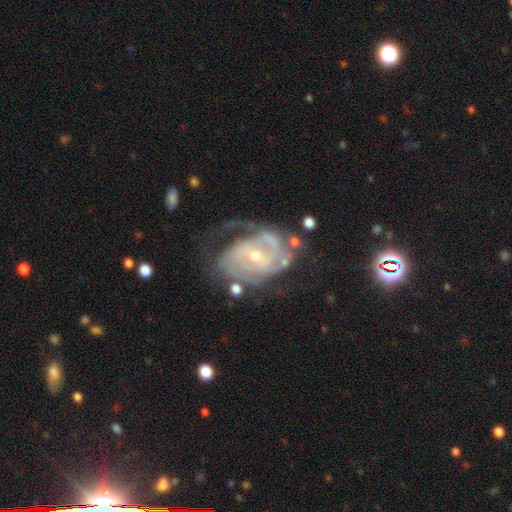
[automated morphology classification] smooth_or_featured: featured or disk (p=0.87) [alt: smooth p=0.07]
disk_edge_on: no (p=0.97) [alt: yes p=0.03]
bar: weak (p=0.43) [alt: no p=0.42]
has_spiral_arms: yes (p=0.93) [alt: no p=0.07]
spiral_winding: tight (p=0.51) [alt: medium p=0.36]
spiral_arm_count: 2 (p=0.38) [alt: can't tell p=0.31]
bulge_size: small (p=0.60) [alt: moderate p=0.37]
merging: none (p=0.45) [alt: major disturbance p=0.27]